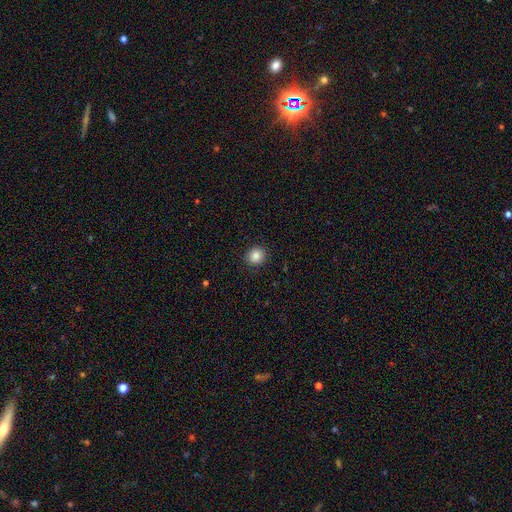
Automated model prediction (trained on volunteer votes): smooth-or-featured: smooth: 86% | star or artifact: 10% | featured or disk: 4%
  how-rounded: round: 88% | in between: 11% | cigar-shaped: 1%
  merging: none: 91% | minor disturbance: 6% | major disturbance: 2% | merger: 1%